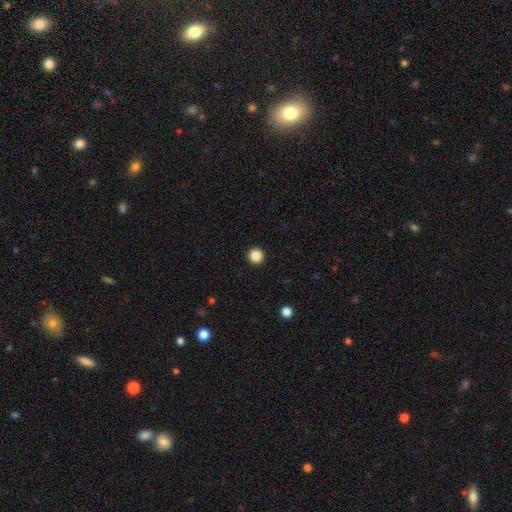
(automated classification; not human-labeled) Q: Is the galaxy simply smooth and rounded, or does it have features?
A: smooth — 87%.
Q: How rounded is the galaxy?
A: round — 96%.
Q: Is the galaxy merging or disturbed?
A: none — 94%.